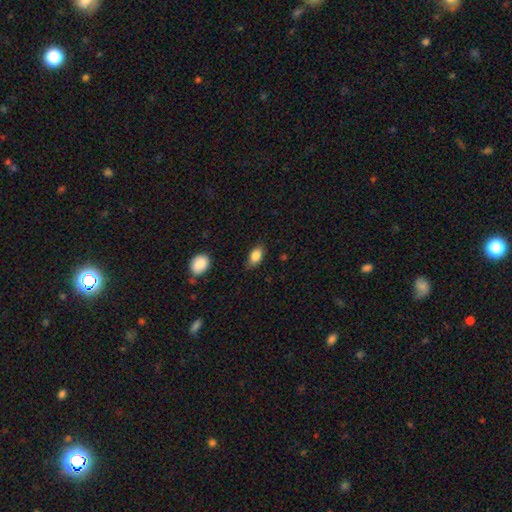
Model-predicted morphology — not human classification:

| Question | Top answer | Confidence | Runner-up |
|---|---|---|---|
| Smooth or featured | smooth | 86% | star or artifact (8%) |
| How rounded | in between | 89% | round (7%) |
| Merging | none | 77% | minor disturbance (18%) |